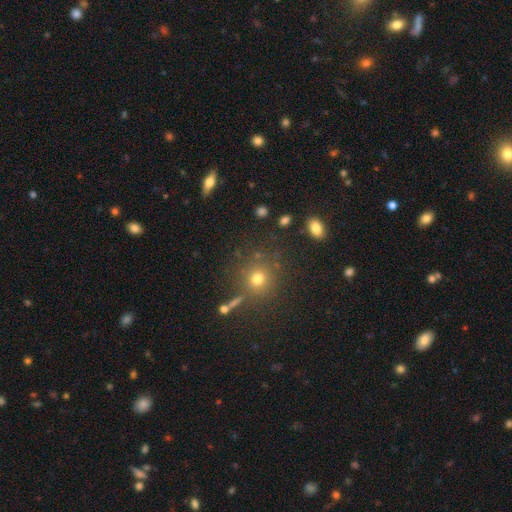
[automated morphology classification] smooth_or_featured: smooth (p=0.53) [alt: star or artifact p=0.38]
how_rounded: round (p=0.90) [alt: in between p=0.08]
merging: none (p=0.78) [alt: minor disturbance p=0.09]